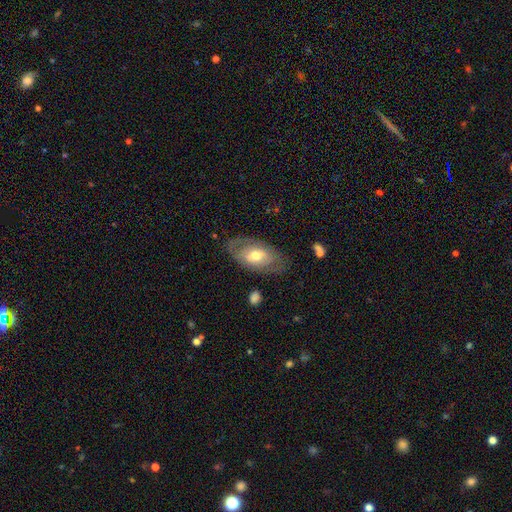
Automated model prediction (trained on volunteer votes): The model was most divided on "smooth or featured": featured or disk: 51%, smooth: 43%, star or artifact: 6%. More confident: edge-on disk — no (88%); merging — none (73%).